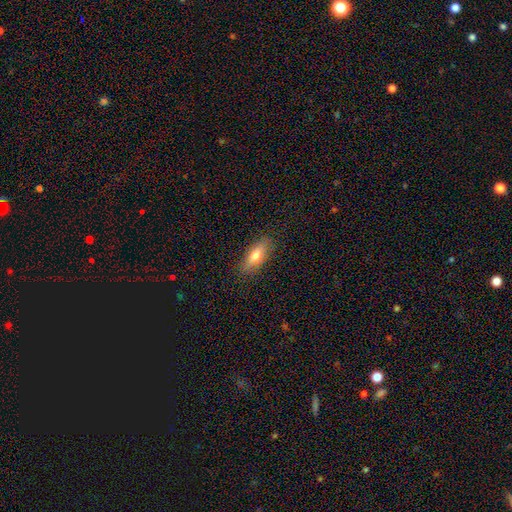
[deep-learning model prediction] Q: Smooth or featured?
A: smooth (66%); runner-up: featured or disk (27%)
Q: How rounded?
A: in between (60%); runner-up: cigar-shaped (37%)
Q: Merging?
A: none (86%); runner-up: minor disturbance (11%)